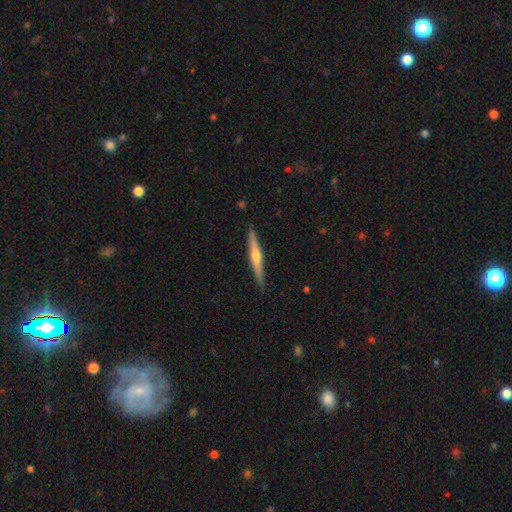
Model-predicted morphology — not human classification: Overall: featured or disk (69%). Edge-on disk: yes (98%). Edge-on bulge: rounded (90%). Merging: none (90%).